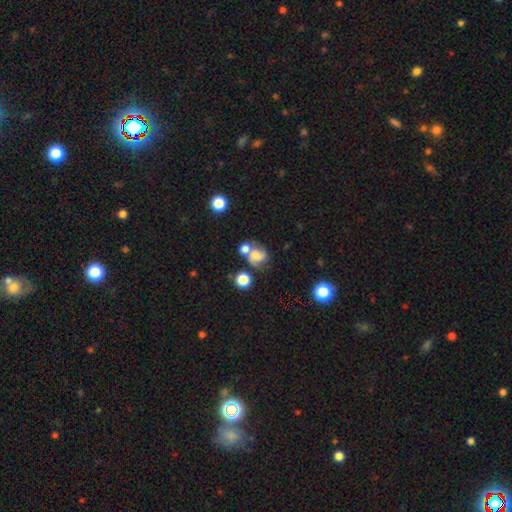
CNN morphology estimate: This appears to be a featured or disk galaxy (46%). Merging: merger (39%).